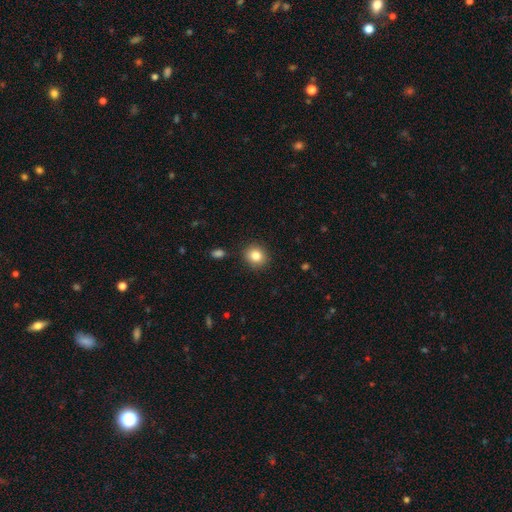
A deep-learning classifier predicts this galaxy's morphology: Q: Smooth or featured?
A: smooth (84%); runner-up: star or artifact (10%)
Q: How rounded?
A: round (75%); runner-up: in between (24%)
Q: Merging?
A: none (89%); runner-up: minor disturbance (7%)